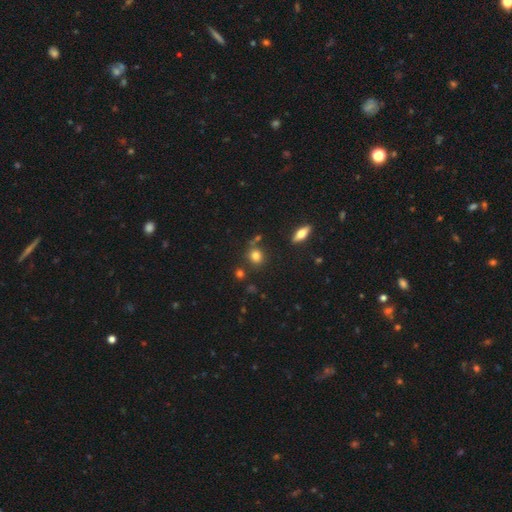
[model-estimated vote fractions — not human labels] smooth-or-featured: smooth: 79% | star or artifact: 13% | featured or disk: 8%
  how-rounded: round: 75% | in between: 23% | cigar-shaped: 2%
  merging: none: 74% | minor disturbance: 12% | merger: 11% | major disturbance: 4%